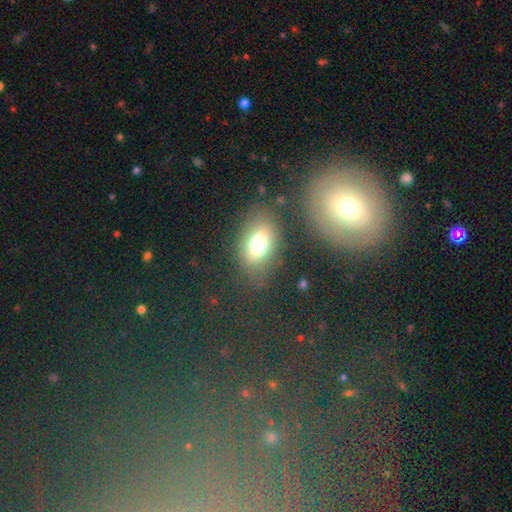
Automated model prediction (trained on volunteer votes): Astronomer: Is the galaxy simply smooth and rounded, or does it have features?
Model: smooth — 59%.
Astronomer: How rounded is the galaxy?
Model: in between — 77%.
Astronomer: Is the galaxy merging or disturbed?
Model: none — 78%.